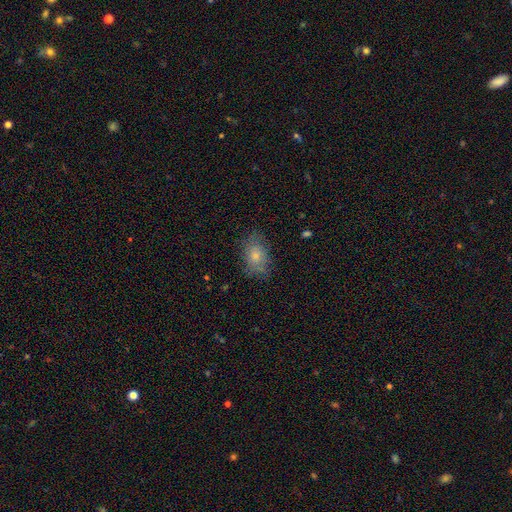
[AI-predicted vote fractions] A smooth galaxy with no disk features (72%) that is in between round and cigar-shaped (78%).

Vote fractions:
- Smooth or featured? smooth: 72% / featured or disk: 18% / star or artifact: 9%
- How rounded? in between: 78% / round: 20% / cigar-shaped: 2%
- Merging? none: 70% / minor disturbance: 22% / major disturbance: 7% / merger: 1%